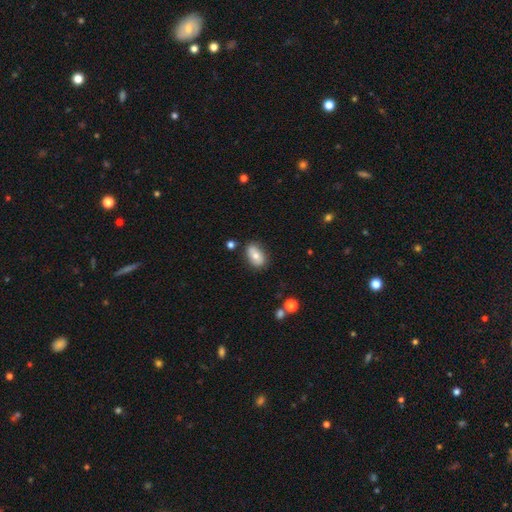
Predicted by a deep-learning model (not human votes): smooth 70%, featured or disk 23%, star or artifact 8%. Down the decision tree: how rounded — in between (89%); merging — none (77%).